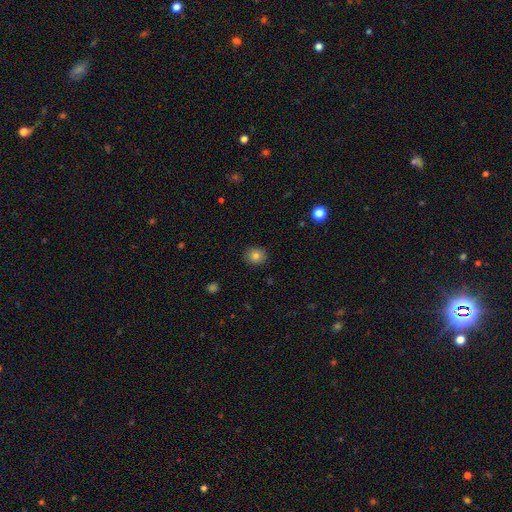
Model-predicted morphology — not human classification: Smooth or featured: smooth — 81% (star or artifact — 11%)
How rounded: round — 79% (in between — 20%)
Merging: none — 89% (minor disturbance — 8%)